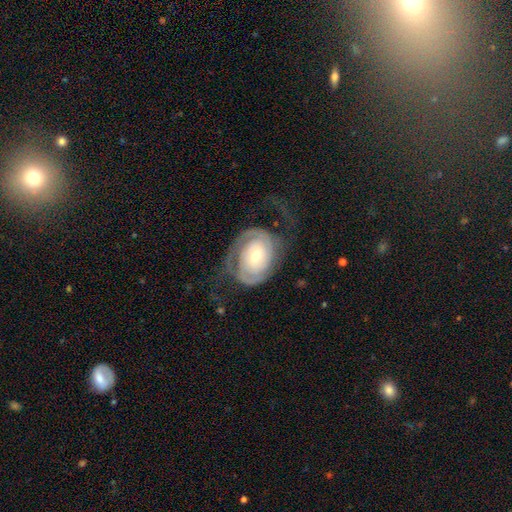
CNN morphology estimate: Smooth or featured: featured or disk — 82% (smooth — 13%)
Edge-on disk: no — 97% (yes — 3%)
Bar: no — 71% (weak — 22%)
Spiral arms: yes — 92% (no — 8%)
Spiral winding: tight — 52% (medium — 30%)
Spiral arm count: 2 — 63% (can't tell — 16%)
Bulge size: moderate — 49% (small — 43%)
Merging: none — 53% (major disturbance — 28%)